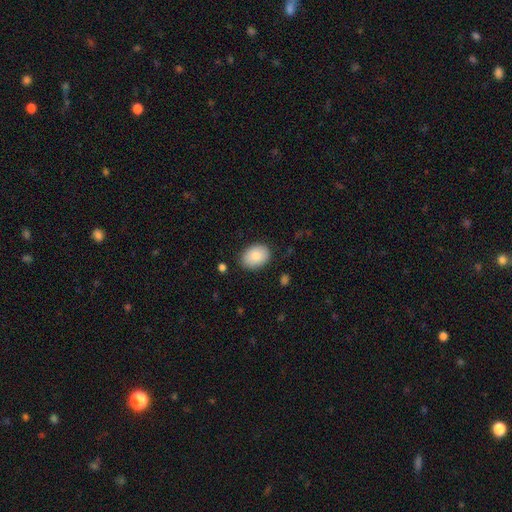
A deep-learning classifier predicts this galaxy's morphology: smooth-or-featured: smooth: 84% | featured or disk: 9% | star or artifact: 7%
  how-rounded: in between: 74% | round: 25% | cigar-shaped: 1%
  merging: none: 84% | minor disturbance: 12% | major disturbance: 3% | merger: 1%